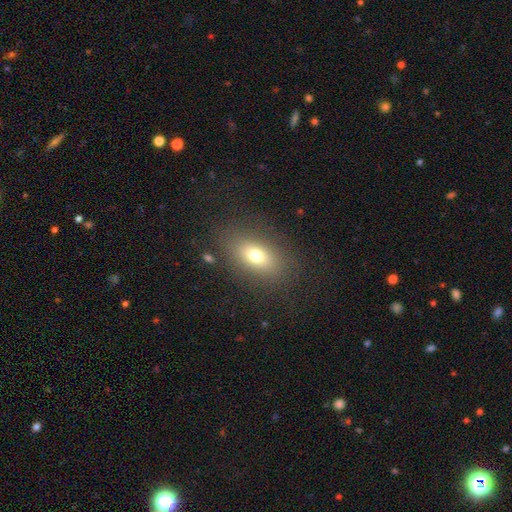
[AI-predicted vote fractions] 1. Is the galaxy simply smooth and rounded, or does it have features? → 72% smooth, 16% featured or disk, 12% star or artifact.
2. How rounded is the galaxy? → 80% in between, 16% round, 4% cigar-shaped.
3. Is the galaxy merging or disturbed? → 82% none, 10% minor disturbance, 6% major disturbance, 2% merger.